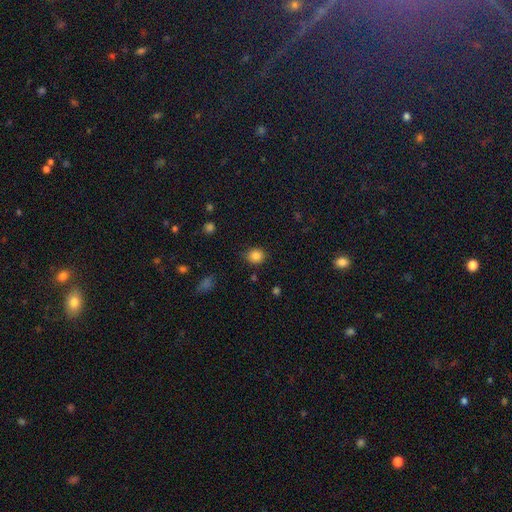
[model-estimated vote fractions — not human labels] A smooth galaxy with no disk features (85%) that is round (77%). Merging: none (83%).